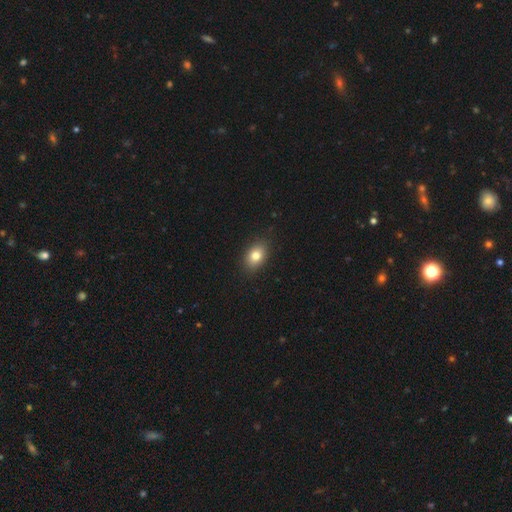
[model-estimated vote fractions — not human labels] Morphology: type=smooth (81%); roundness=in between (78%); merging=none (87%).